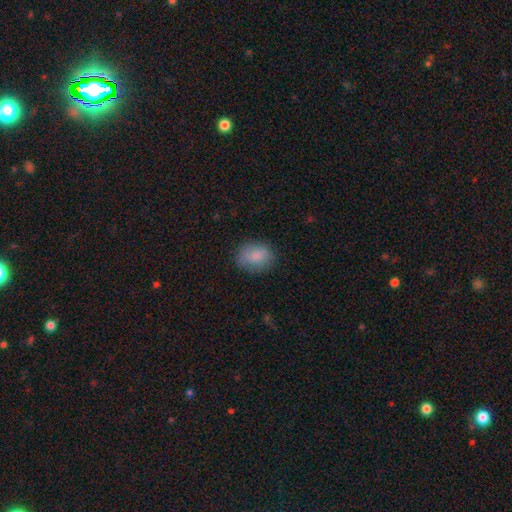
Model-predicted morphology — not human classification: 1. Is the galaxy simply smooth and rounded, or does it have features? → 84% smooth, 9% featured or disk, 8% star or artifact.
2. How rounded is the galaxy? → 58% in between, 41% round, 1% cigar-shaped.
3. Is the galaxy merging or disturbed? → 79% none, 15% minor disturbance, 4% major disturbance, 1% merger.